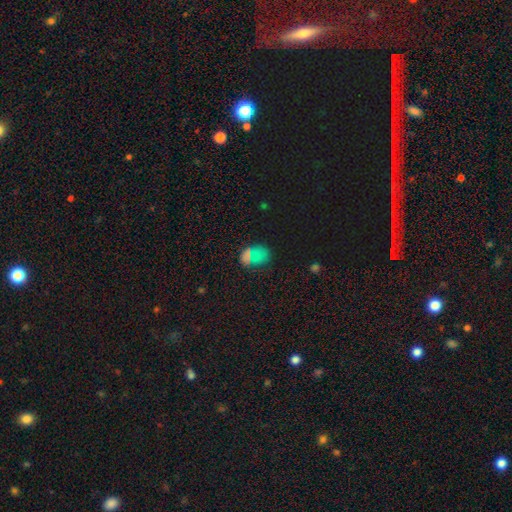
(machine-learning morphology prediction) Smooth or featured? smooth (52%)
How rounded? in between (62%)
Merging? none (73%)